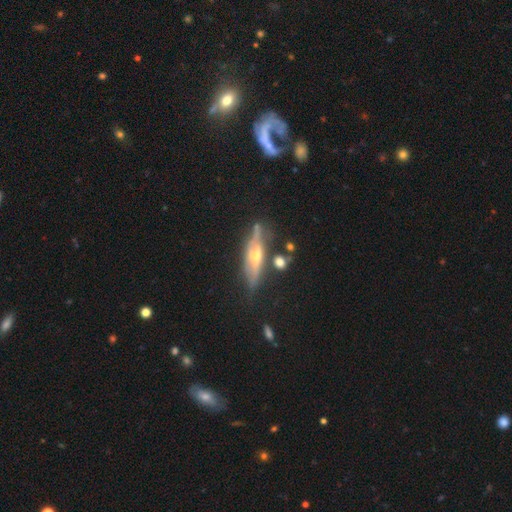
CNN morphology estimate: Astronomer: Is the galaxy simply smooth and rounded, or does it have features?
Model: featured or disk — 74%.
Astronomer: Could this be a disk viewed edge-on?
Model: yes — 84%.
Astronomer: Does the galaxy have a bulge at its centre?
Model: rounded — 87%.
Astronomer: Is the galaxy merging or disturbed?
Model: none — 70%.